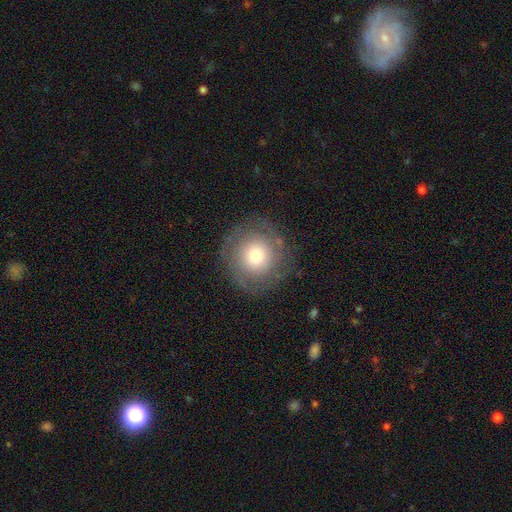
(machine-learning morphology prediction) This appears to be a smooth galaxy with no disk features (56%) that is round (91%). Merging: none (81%).